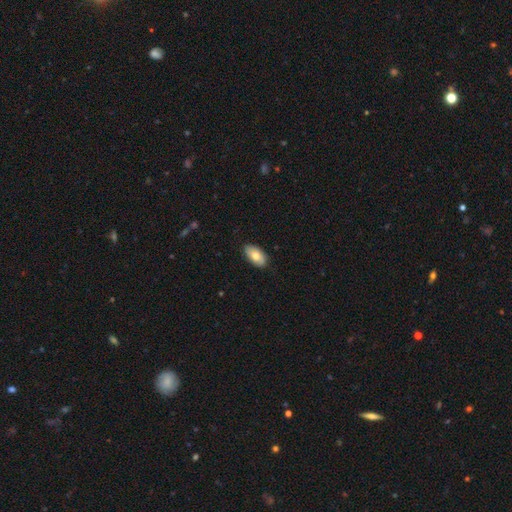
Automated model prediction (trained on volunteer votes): The model was most divided on "smooth or featured": smooth: 76%, featured or disk: 18%, star or artifact: 6%. More confident: how rounded — in between (94%); merging — none (85%).